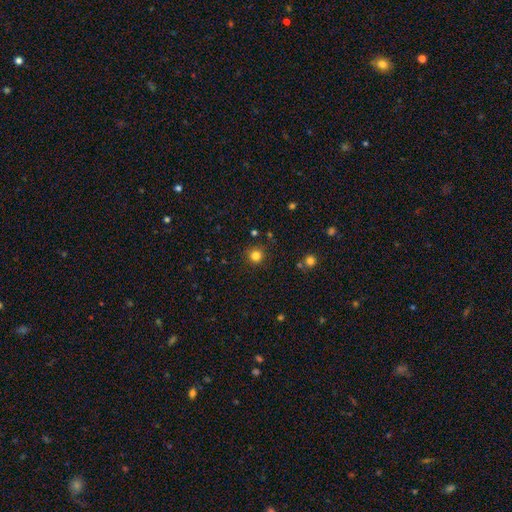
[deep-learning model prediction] Smooth or featured? smooth (81%)
How rounded? round (93%)
Merging? none (88%)